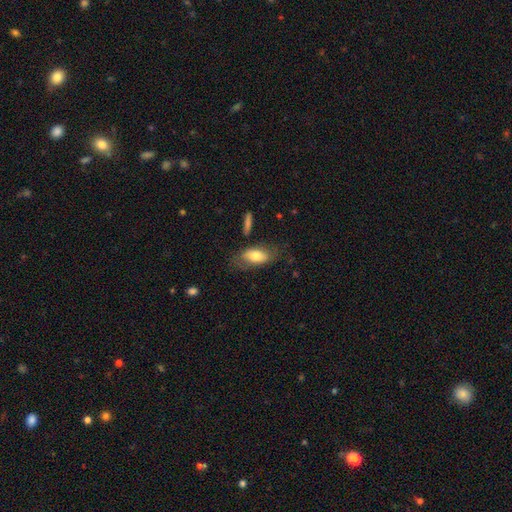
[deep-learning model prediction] smooth 70%, featured or disk 23%, star or artifact 6%. Down the decision tree: how rounded — in between (88%); merging — none (61%).